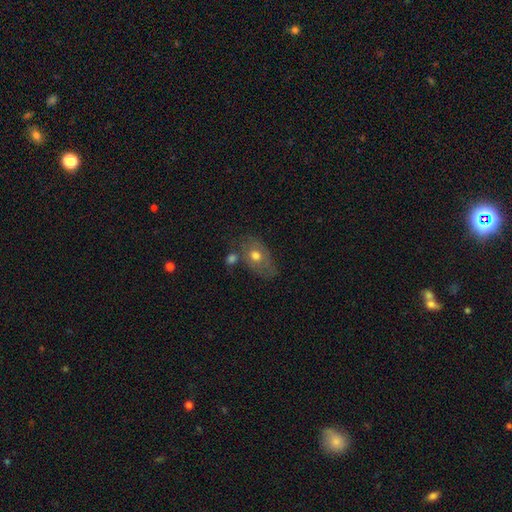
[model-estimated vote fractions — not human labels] A smooth galaxy with no disk features (57%) that is in between round and cigar-shaped (76%).

Vote fractions:
- Smooth or featured? smooth: 57% / featured or disk: 34% / star or artifact: 9%
- How rounded? in between: 76% / round: 22% / cigar-shaped: 2%
- Merging? none: 48% / minor disturbance: 22% / merger: 20% / major disturbance: 10%